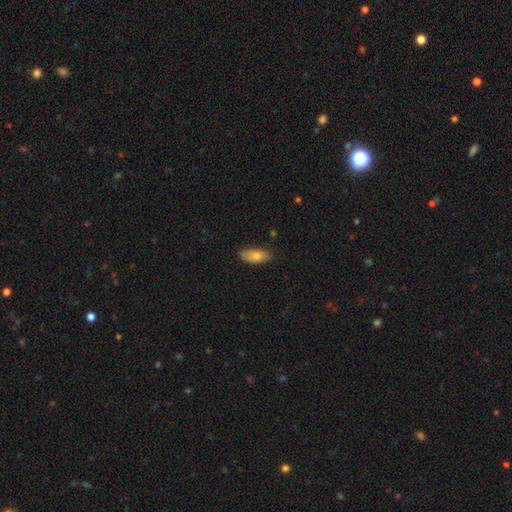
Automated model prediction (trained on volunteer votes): smooth 76%, featured or disk 18%, star or artifact 6%. Down the decision tree: how rounded — in between (85%); merging — none (79%).